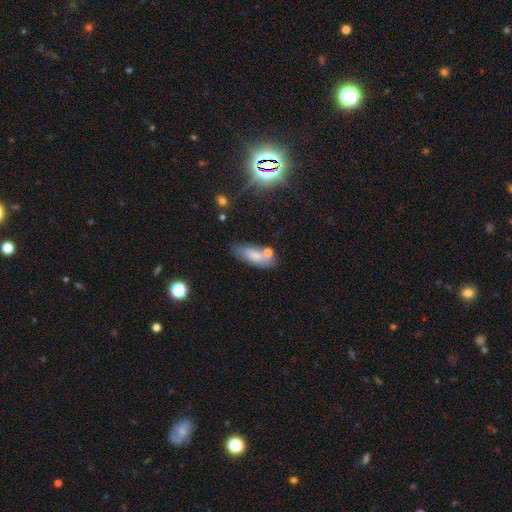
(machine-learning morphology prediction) smooth 74%, featured or disk 18%, star or artifact 8%. Down the decision tree: how rounded — in between (76%); merging — none (56%).